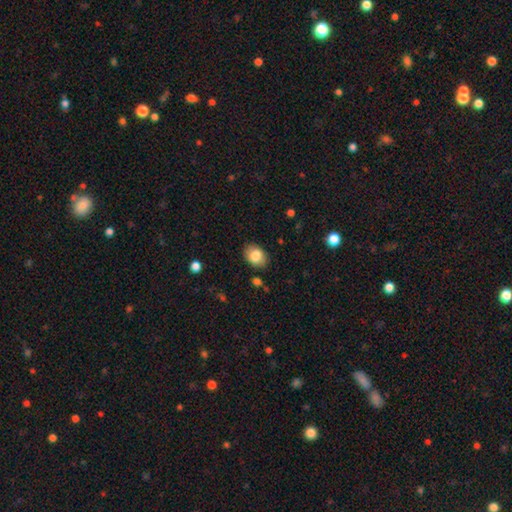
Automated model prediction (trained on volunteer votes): A smooth galaxy with no disk features (82%) that is in between round and cigar-shaped (70%). Merging: none (85%).